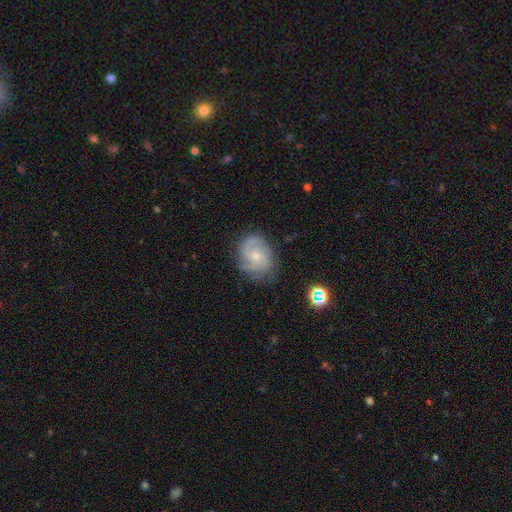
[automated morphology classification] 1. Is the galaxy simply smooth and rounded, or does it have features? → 73% featured or disk, 19% smooth, 8% star or artifact.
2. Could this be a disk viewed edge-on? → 98% no, 2% yes.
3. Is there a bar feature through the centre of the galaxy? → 73% no, 24% weak, 3% strong.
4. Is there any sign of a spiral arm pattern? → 93% yes, 7% no.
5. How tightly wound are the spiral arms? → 51% tight, 38% medium, 11% loose.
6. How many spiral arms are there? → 32% 2, 27% 3, 27% can't tell, 6% 4, 5% 1, 4% more than 4.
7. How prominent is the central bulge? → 65% small, 30% moderate, 3% none, 1% large, 1% dominant.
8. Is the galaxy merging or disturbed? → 69% none, 21% minor disturbance, 8% major disturbance, 2% merger.